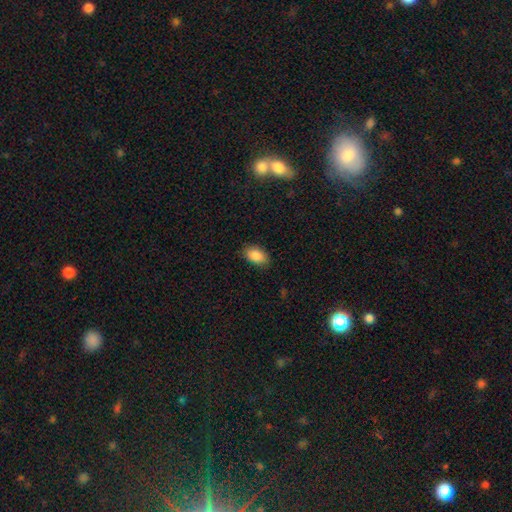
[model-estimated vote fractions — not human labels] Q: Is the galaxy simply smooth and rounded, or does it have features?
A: smooth — 88%.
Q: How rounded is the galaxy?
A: in between — 91%.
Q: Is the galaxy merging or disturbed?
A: none — 84%.